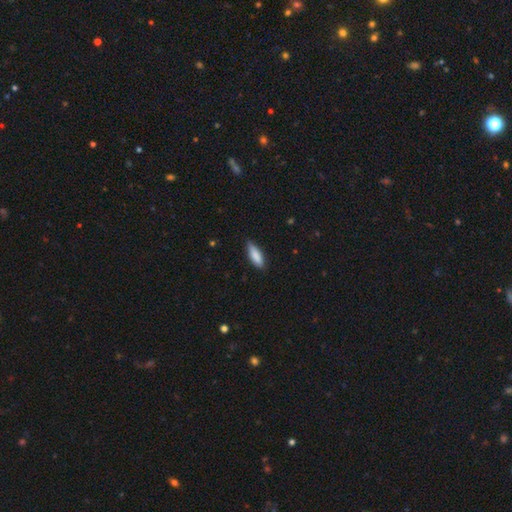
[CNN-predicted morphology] Smooth or featured? smooth (85%)
How rounded? in between (57%)
Merging? none (81%)